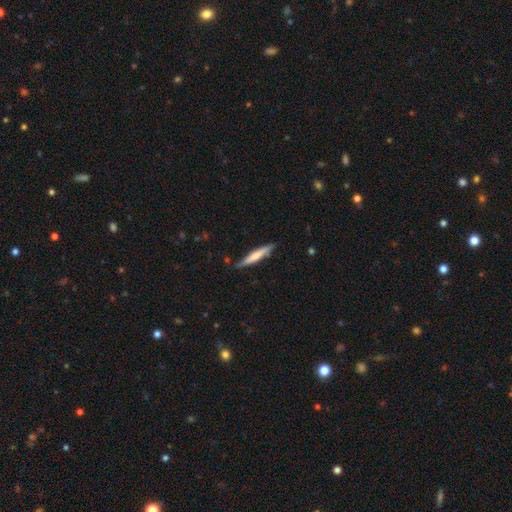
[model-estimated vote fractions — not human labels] A smooth galaxy with no disk features (60%) that is cigar-shaped (92%).

Vote fractions:
- Smooth or featured? smooth: 60% / featured or disk: 35% / star or artifact: 5%
- How rounded? cigar-shaped: 92% / in between: 7% / round: 1%
- Merging? none: 81% / minor disturbance: 15% / major disturbance: 2% / merger: 2%